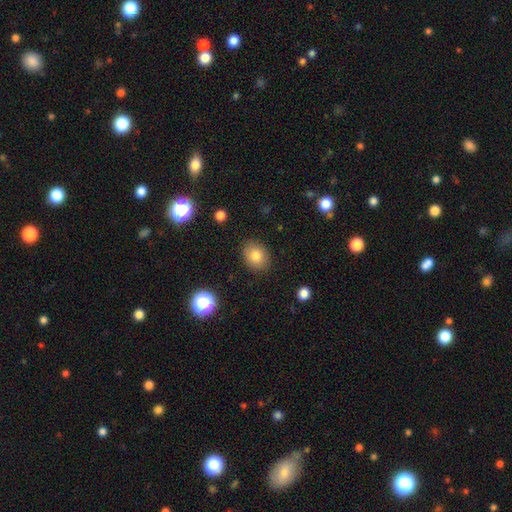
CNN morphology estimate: Smooth or featured?
  - smooth: 81% *
  - star or artifact: 10%
  - featured or disk: 9%
How rounded?
  - in between: 52% *
  - round: 47%
  - cigar-shaped: 1%
Merging?
  - none: 86% *
  - minor disturbance: 10%
  - major disturbance: 3%
  - merger: 1%